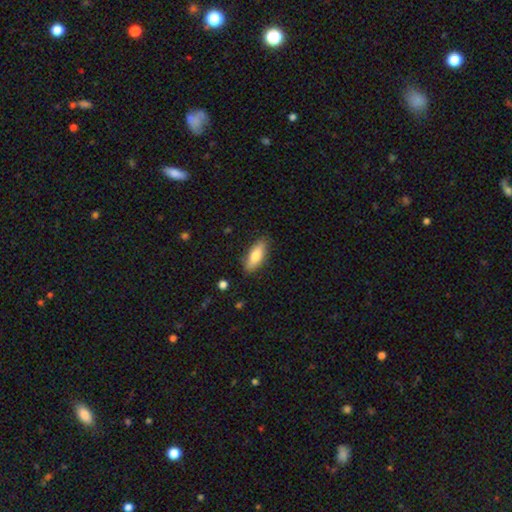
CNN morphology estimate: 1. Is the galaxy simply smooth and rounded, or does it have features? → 76% smooth, 18% featured or disk, 6% star or artifact.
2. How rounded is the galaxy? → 69% in between, 29% cigar-shaped, 2% round.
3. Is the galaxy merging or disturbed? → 86% none, 11% minor disturbance, 2% major disturbance, 1% merger.